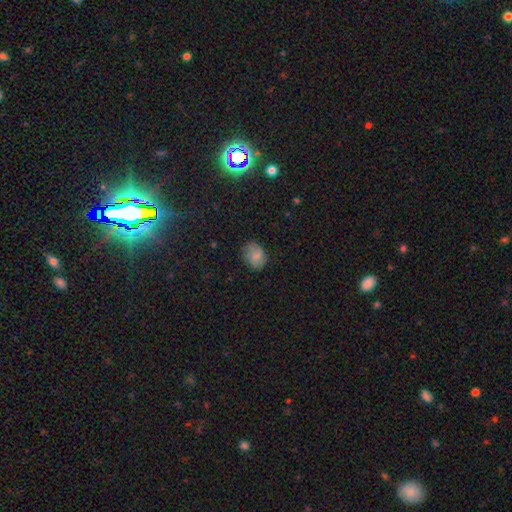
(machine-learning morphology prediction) Q: Smooth or featured?
A: smooth (77%); runner-up: featured or disk (12%)
Q: How rounded?
A: in between (63%); runner-up: round (36%)
Q: Merging?
A: none (72%); runner-up: minor disturbance (21%)